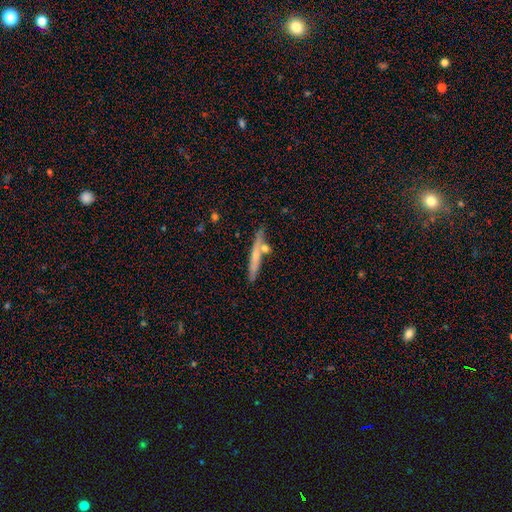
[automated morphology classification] A smooth galaxy with no disk features (52%) that is cigar-shaped (92%).

Vote fractions:
- Smooth or featured? smooth: 52% / featured or disk: 41% / star or artifact: 7%
- How rounded? cigar-shaped: 92% / in between: 6% / round: 2%
- Merging? none: 73% / minor disturbance: 13% / merger: 11% / major disturbance: 3%